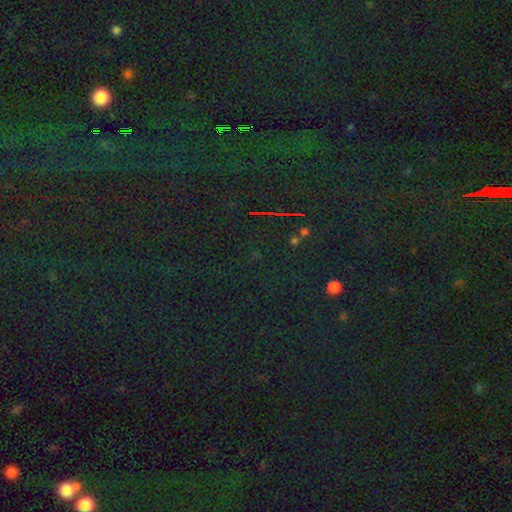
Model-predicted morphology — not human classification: A star or artifact, not a galaxy (82%).